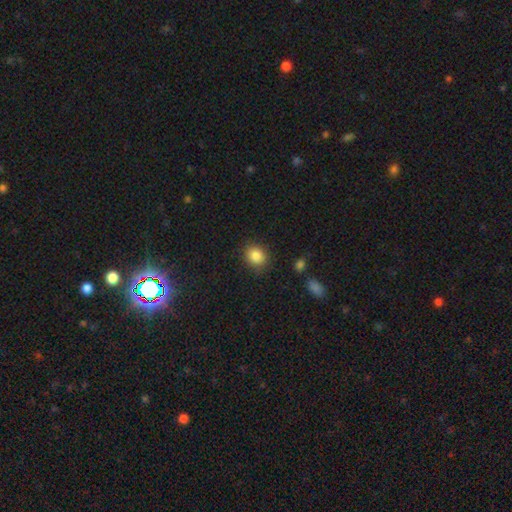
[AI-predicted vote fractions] The model was most divided on "how rounded": round: 73%, in between: 26%, cigar-shaped: 1%. More confident: smooth or featured — smooth (86%); merging — none (84%).